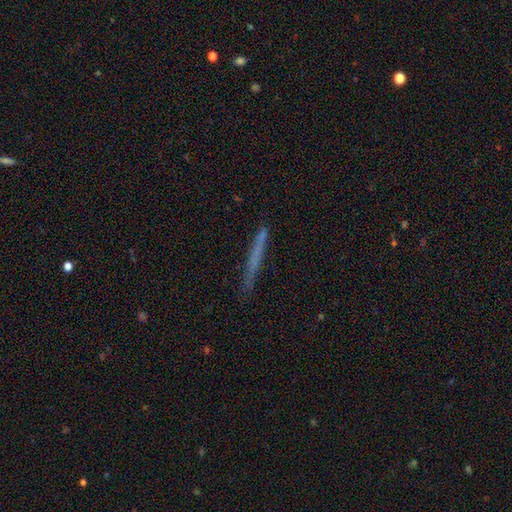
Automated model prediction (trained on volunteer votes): A smooth galaxy with no disk features (56%) that is cigar-shaped (97%).

Vote fractions:
- Smooth or featured? smooth: 56% / featured or disk: 36% / star or artifact: 9%
- How rounded? cigar-shaped: 97% / in between: 2% / round: 1%
- Merging? none: 83% / minor disturbance: 13% / major disturbance: 3% / merger: 2%